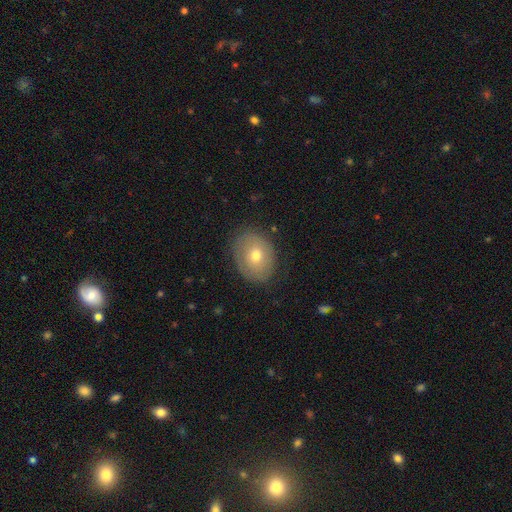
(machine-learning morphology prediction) Smooth or featured: smooth — 63% (featured or disk — 29%)
How rounded: in between — 56% (round — 43%)
Merging: none — 80% (minor disturbance — 15%)